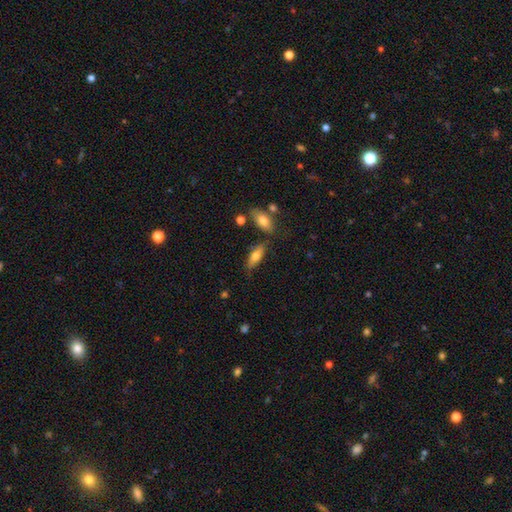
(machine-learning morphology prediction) Q: Smooth or featured?
A: smooth (69%); runner-up: featured or disk (24%)
Q: How rounded?
A: in between (65%); runner-up: cigar-shaped (32%)
Q: Merging?
A: none (69%); runner-up: minor disturbance (19%)